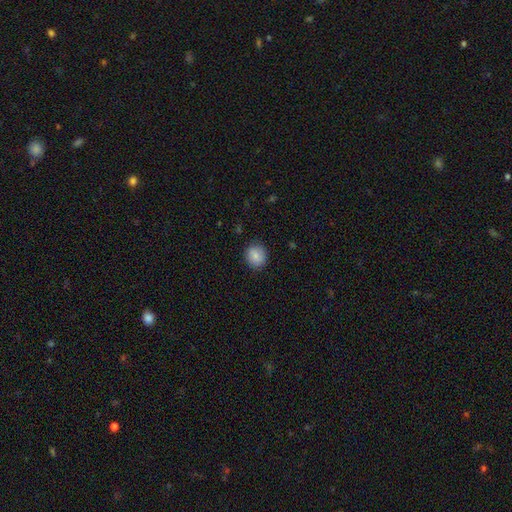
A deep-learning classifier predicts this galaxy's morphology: Q: Smooth or featured?
A: smooth (85%); runner-up: star or artifact (8%)
Q: How rounded?
A: round (76%); runner-up: in between (23%)
Q: Merging?
A: none (86%); runner-up: minor disturbance (10%)